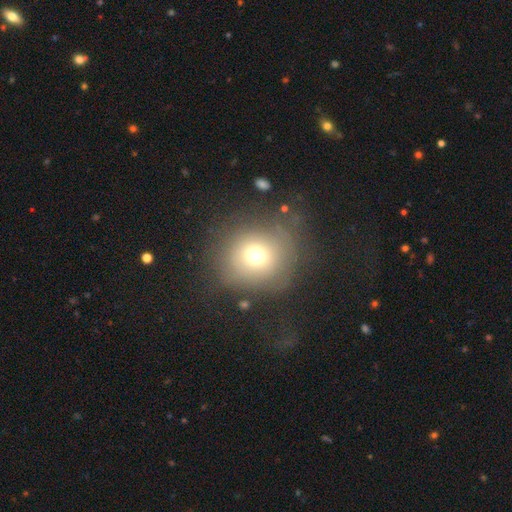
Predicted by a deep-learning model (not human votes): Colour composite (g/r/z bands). It shows a smooth galaxy with no disk features (68%) that is round (86%). Merging: none (67%).